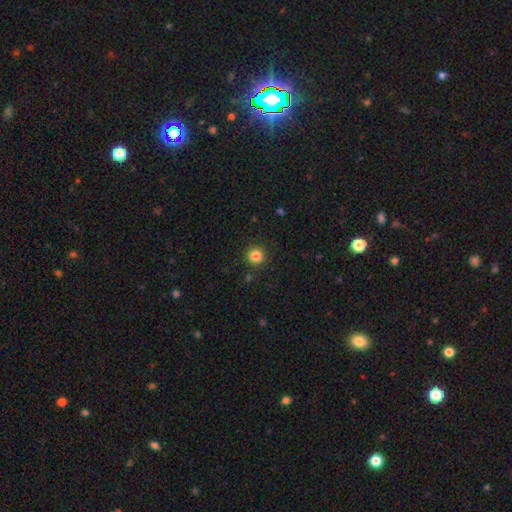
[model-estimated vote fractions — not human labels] Q: Smooth or featured?
A: smooth (85%); runner-up: star or artifact (11%)
Q: How rounded?
A: round (95%); runner-up: in between (4%)
Q: Merging?
A: none (90%); runner-up: minor disturbance (6%)